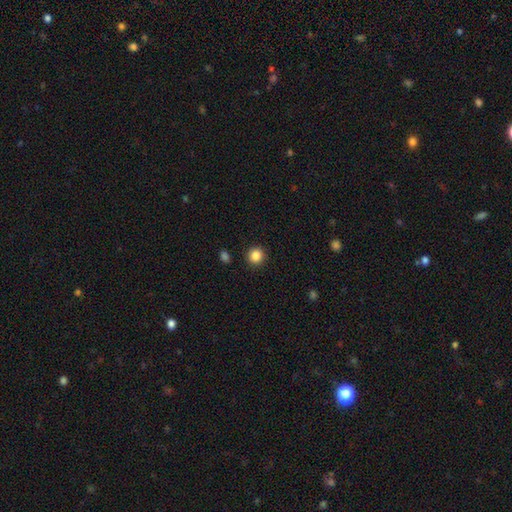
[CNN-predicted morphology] type=smooth (86%); roundness=round (92%); merging=none (91%).